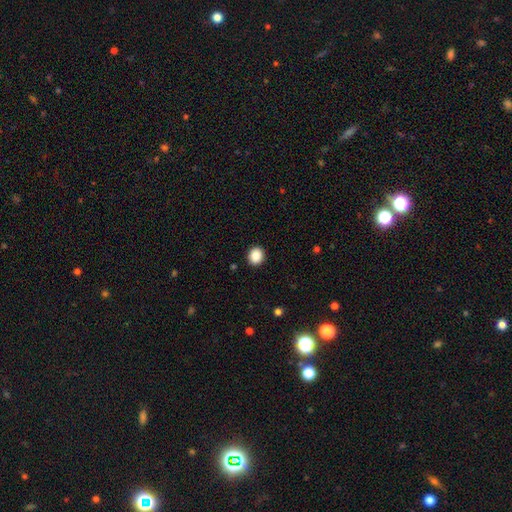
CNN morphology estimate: Smooth or featured? smooth (88%)
How rounded? round (80%)
Merging? none (92%)